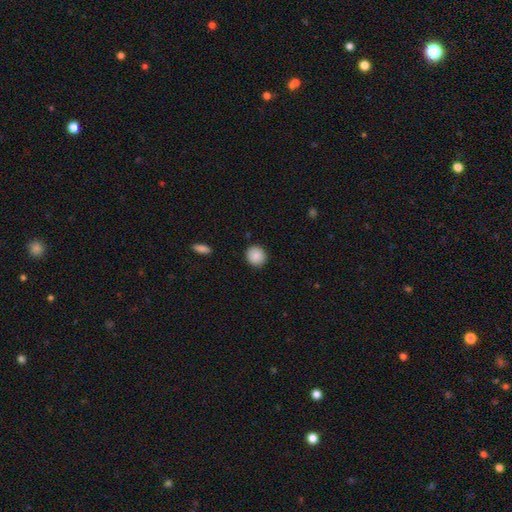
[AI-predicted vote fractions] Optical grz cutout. It shows a smooth galaxy with no disk features (88%) that is round (85%). Merging: none (90%).